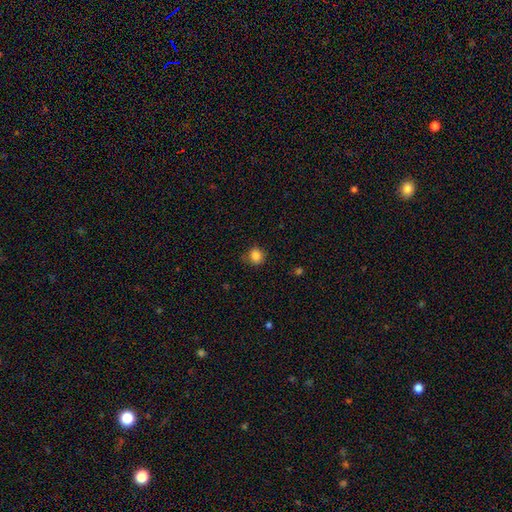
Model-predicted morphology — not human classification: smooth-or-featured: smooth: 85% | star or artifact: 11% | featured or disk: 4%
  how-rounded: round: 78% | in between: 22% | cigar-shaped: 1%
  merging: none: 76% | minor disturbance: 19% | major disturbance: 4% | merger: 1%